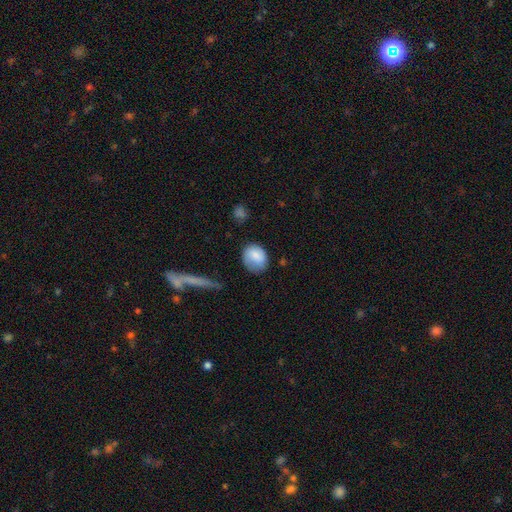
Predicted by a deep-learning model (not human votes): Smooth or featured?
  - smooth: 81% *
  - featured or disk: 12%
  - star or artifact: 7%
How rounded?
  - round: 57% *
  - in between: 42%
  - cigar-shaped: 1%
Merging?
  - none: 65% *
  - minor disturbance: 26%
  - major disturbance: 7%
  - merger: 2%